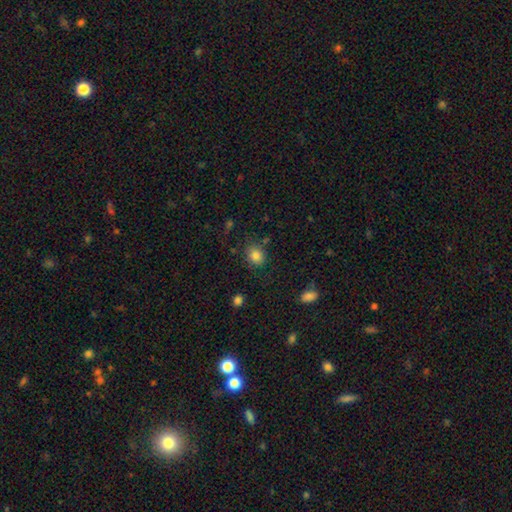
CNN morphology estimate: smooth-or-featured: smooth: 83% | star or artifact: 11% | featured or disk: 6%
  how-rounded: round: 66% | in between: 33% | cigar-shaped: 1%
  merging: none: 81% | minor disturbance: 12% | major disturbance: 4% | merger: 3%